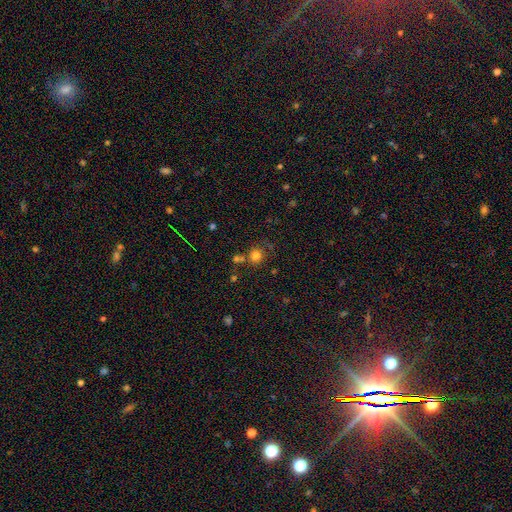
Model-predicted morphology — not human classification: Smooth or featured?
  - smooth: 78% *
  - star or artifact: 15%
  - featured or disk: 7%
How rounded?
  - round: 89% *
  - in between: 10%
  - cigar-shaped: 1%
Merging?
  - none: 70% *
  - merger: 14%
  - minor disturbance: 11%
  - major disturbance: 4%